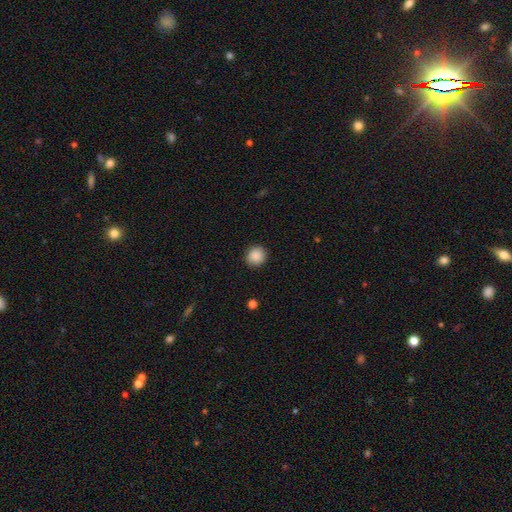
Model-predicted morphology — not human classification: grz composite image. It shows a smooth galaxy with no disk features (88%) that is round (90%). Merging: none (90%).